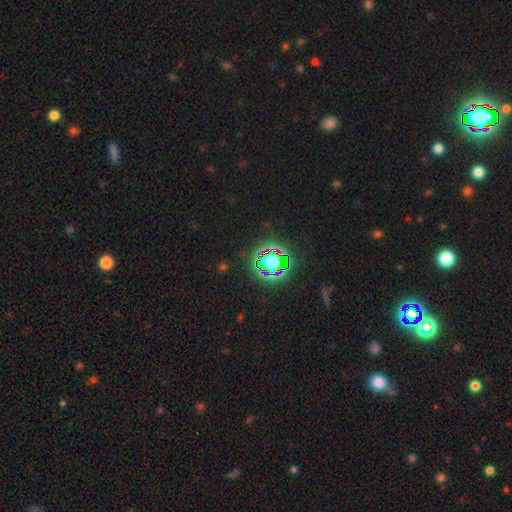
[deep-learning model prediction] A star or artifact, not a galaxy (78%).